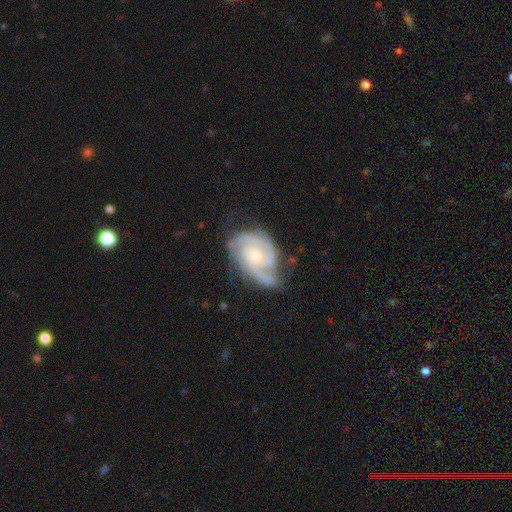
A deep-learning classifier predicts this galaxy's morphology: A featured or disk galaxy (91%) with no bar (70%), 3 (57%) tight (61%) spiral arms (98%) and a small central bulge (59%). Merging: none (66%).